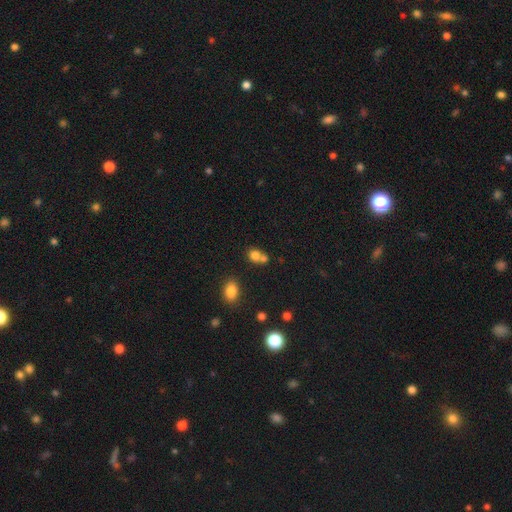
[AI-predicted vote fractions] The model was most divided on "merging": merger: 51%, none: 37%, minor disturbance: 8%, major disturbance: 4%. More confident: smooth or featured — smooth (77%); how rounded — round (63%).